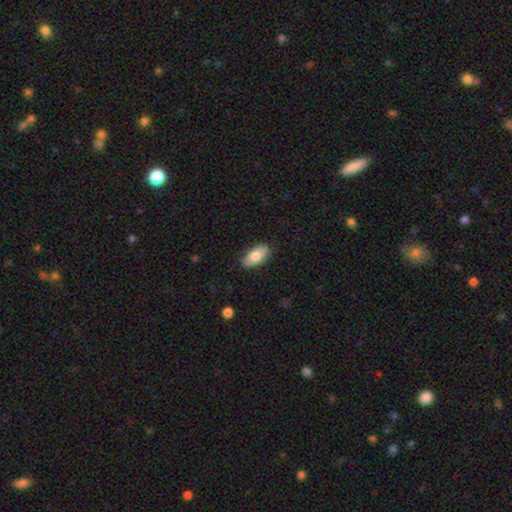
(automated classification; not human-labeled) Smooth or featured? smooth (80%)
How rounded? in between (92%)
Merging? none (85%)